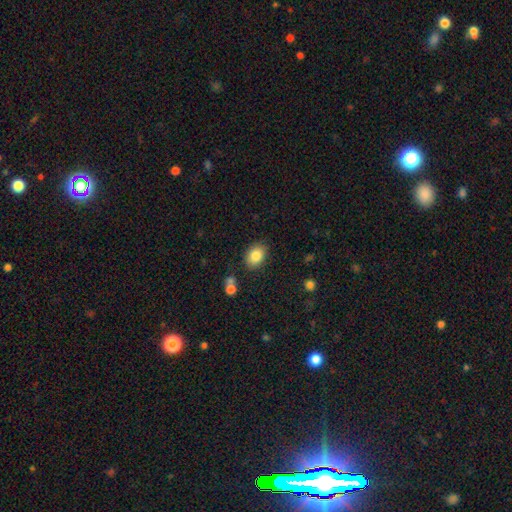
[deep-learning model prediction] A smooth galaxy with no disk features (84%) that is in between round and cigar-shaped (70%). Merging: none (83%).